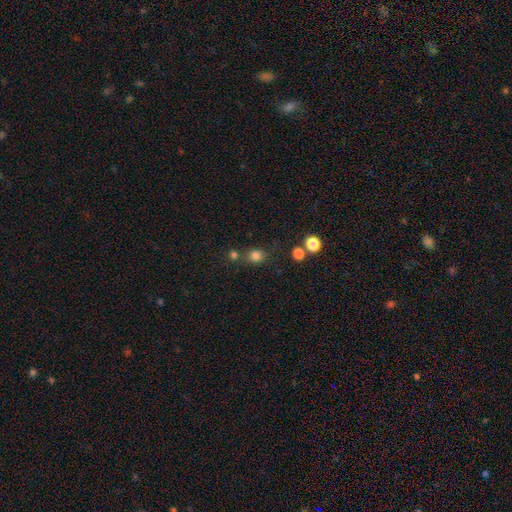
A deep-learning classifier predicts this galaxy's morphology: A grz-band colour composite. It shows a smooth galaxy with no disk features (78%) that is round (72%). Merging: none (66%).